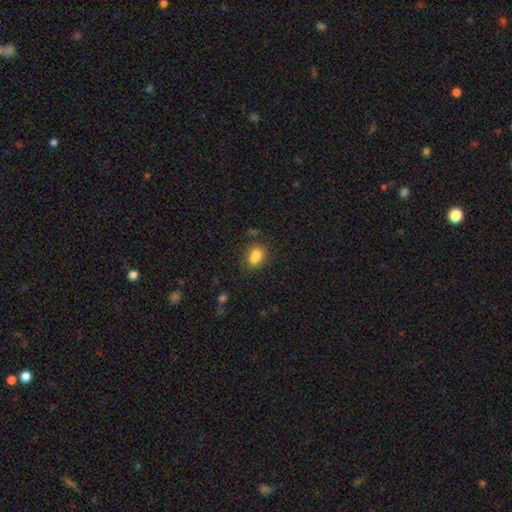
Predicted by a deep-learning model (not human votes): Q: Smooth or featured?
A: smooth (82%); runner-up: star or artifact (10%)
Q: How rounded?
A: in between (78%); runner-up: round (18%)
Q: Merging?
A: none (62%); runner-up: minor disturbance (19%)